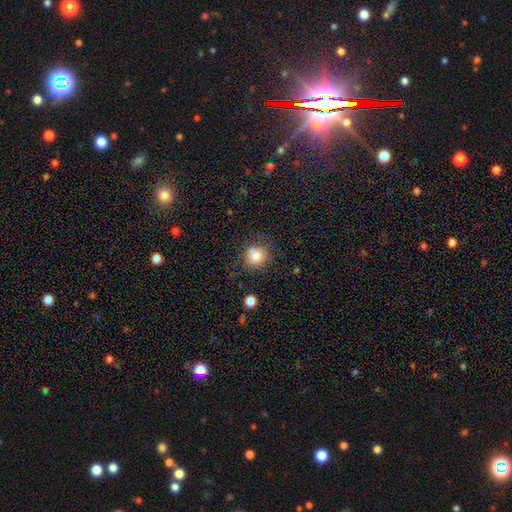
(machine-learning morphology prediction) Smooth or featured: smooth — 80% (star or artifact — 11%)
How rounded: round — 89% (in between — 10%)
Merging: none — 70% (minor disturbance — 13%)